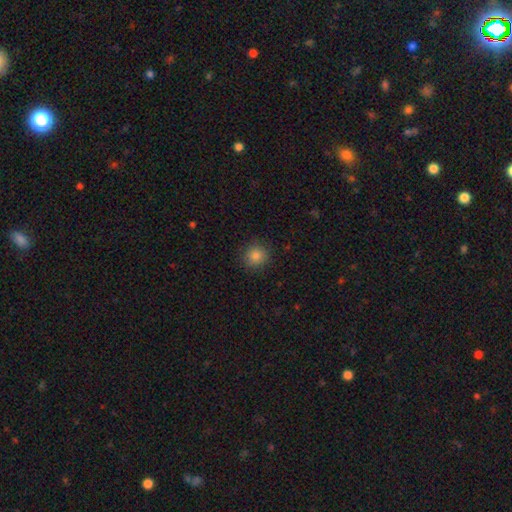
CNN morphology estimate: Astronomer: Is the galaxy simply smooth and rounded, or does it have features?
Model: smooth — 83%.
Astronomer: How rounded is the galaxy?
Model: round — 91%.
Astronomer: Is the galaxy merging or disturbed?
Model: none — 90%.